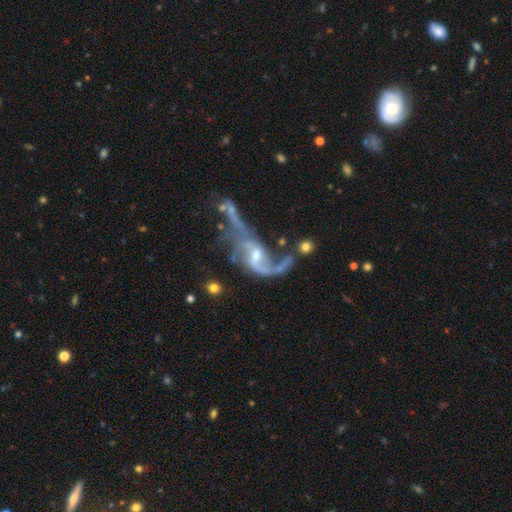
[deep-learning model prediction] smooth-or-featured: featured or disk: 83% | smooth: 9% | star or artifact: 9%
  disk-edge-on: no: 95% | yes: 5%
    bar: no: 44% | weak: 41% | strong: 15%
    has-spiral-arms: yes: 86% | no: 14%
      spiral-winding: loose: 76% | medium: 18% | tight: 6%
      spiral-arm-count: 2: 68% | 1: 17% | can't tell: 9% | 3: 3% | 4: 2% | more than 4: 2%
    bulge-size: small: 47% | moderate: 42% | none: 6% | large: 3% | dominant: 1%
  merging: major disturbance: 37% | merger: 29% | none: 22% | minor disturbance: 13%